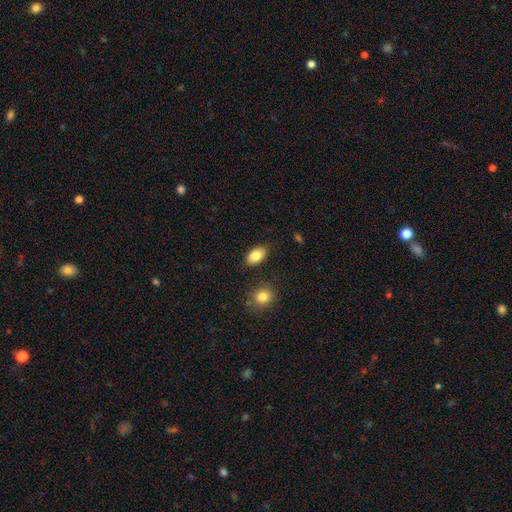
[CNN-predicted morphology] Smooth or featured: smooth — 84% (featured or disk — 9%)
How rounded: in between — 92% (round — 6%)
Merging: none — 85% (minor disturbance — 10%)